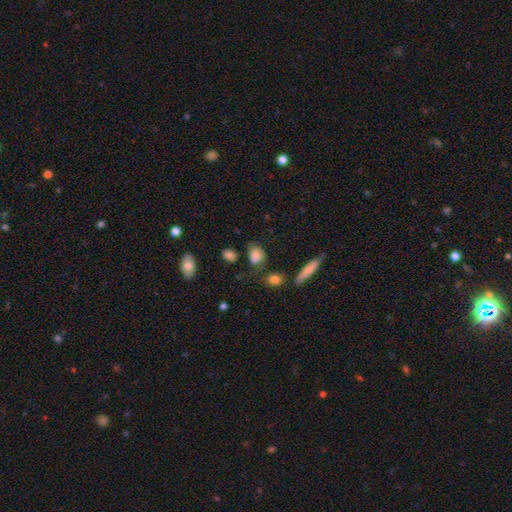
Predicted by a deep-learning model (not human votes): The model was most divided on "how rounded": round: 52%, in between: 45%, cigar-shaped: 3%. More confident: smooth or featured — smooth (76%); merging — none (62%).